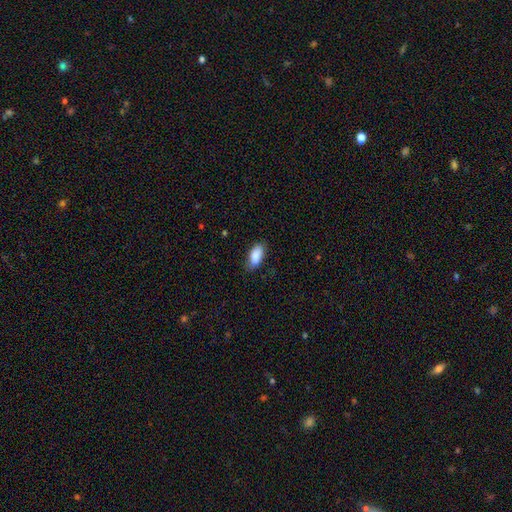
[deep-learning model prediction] smooth 87%, star or artifact 7%, featured or disk 6%. Down the decision tree: how rounded — in between (88%); merging — none (75%).